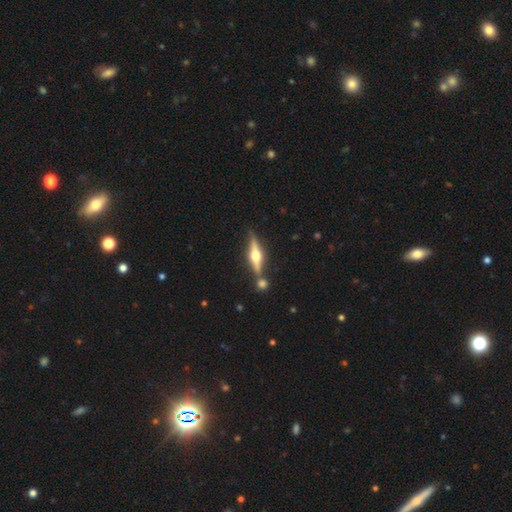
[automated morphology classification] smooth_or_featured: featured or disk (p=0.75) [alt: smooth p=0.20]
disk_edge_on: yes (p=0.97) [alt: no p=0.03]
edge_on_bulge: rounded (p=0.95) [alt: boxy p=0.03]
merging: none (p=0.75) [alt: merger p=0.13]